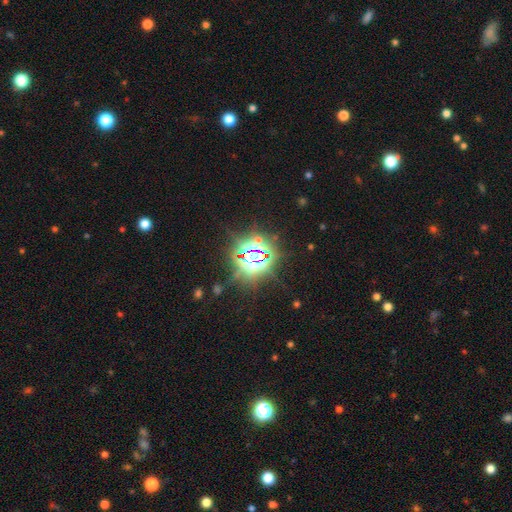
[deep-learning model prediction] Morphology: type=star or artifact (78%).